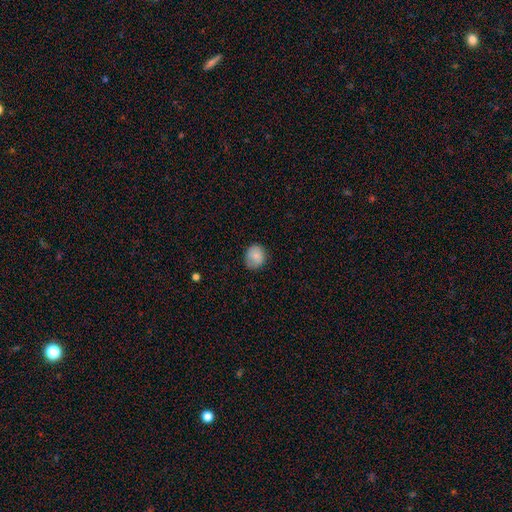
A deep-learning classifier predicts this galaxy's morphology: smooth 83%, featured or disk 9%, star or artifact 8%. Down the decision tree: how rounded — round (72%); merging — none (78%).